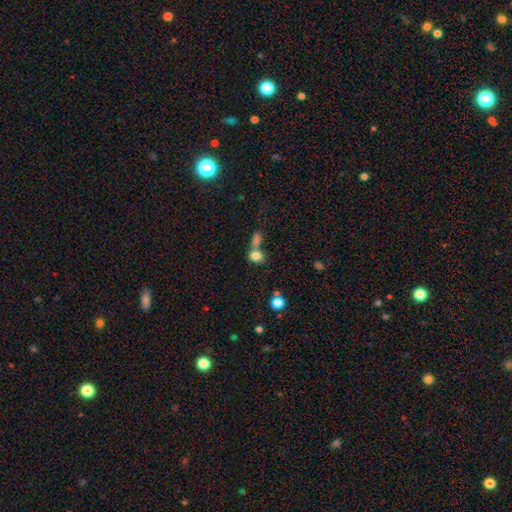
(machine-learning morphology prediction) Q: Smooth or featured?
A: smooth (80%); runner-up: star or artifact (12%)
Q: How rounded?
A: round (52%); runner-up: in between (46%)
Q: Merging?
A: merger (45%); runner-up: none (40%)